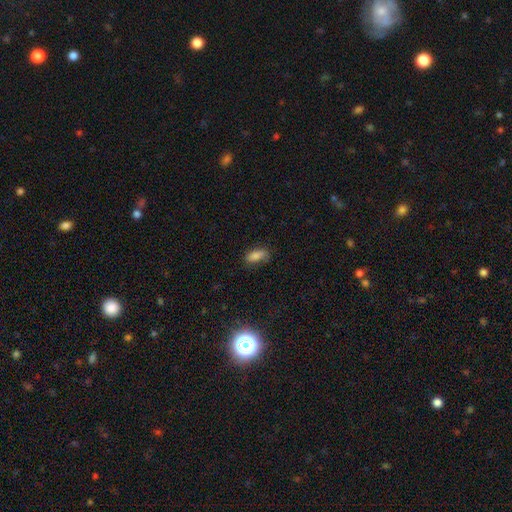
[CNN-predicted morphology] Overall: smooth (82%). How rounded: in between (83%). Merging: none (70%).